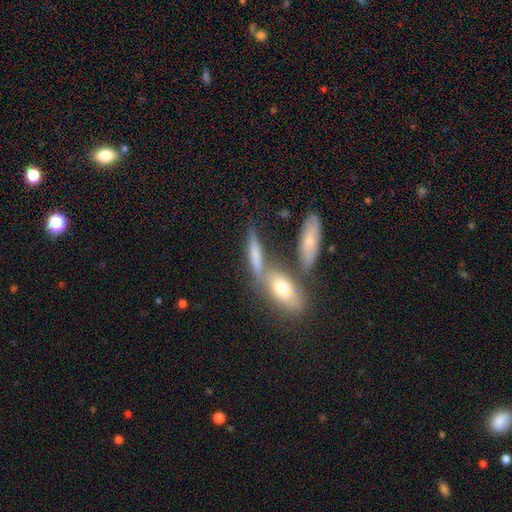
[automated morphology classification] smooth-or-featured: smooth: 63% | featured or disk: 27% | star or artifact: 10%
  how-rounded: cigar-shaped: 60% | in between: 35% | round: 5%
  merging: none: 49% | merger: 33% | minor disturbance: 12% | major disturbance: 6%